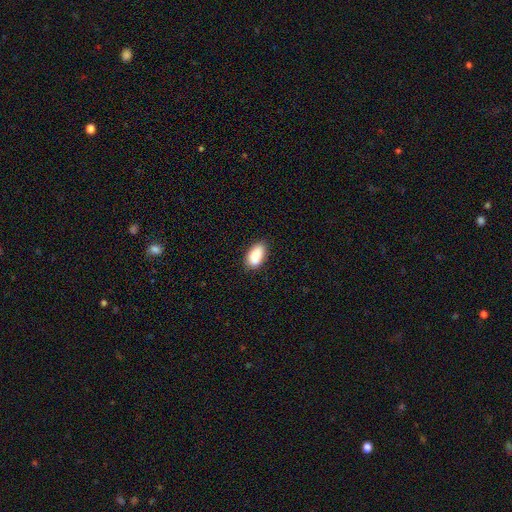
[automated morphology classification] Overall: smooth (88%). How rounded: in between (93%). Merging: none (82%).